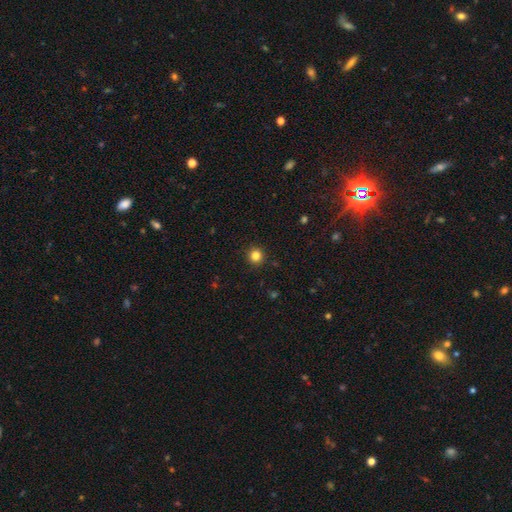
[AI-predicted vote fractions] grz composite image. It shows a smooth galaxy with no disk features (83%) that is round (95%). Merging: none (93%).